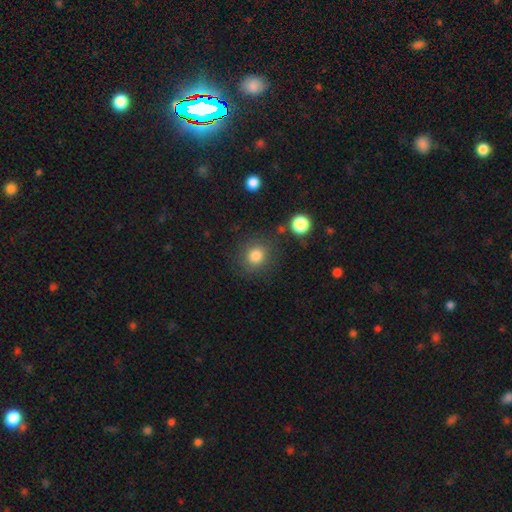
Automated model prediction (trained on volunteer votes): A smooth galaxy with no disk features (82%) that is round (86%). Merging: none (83%).